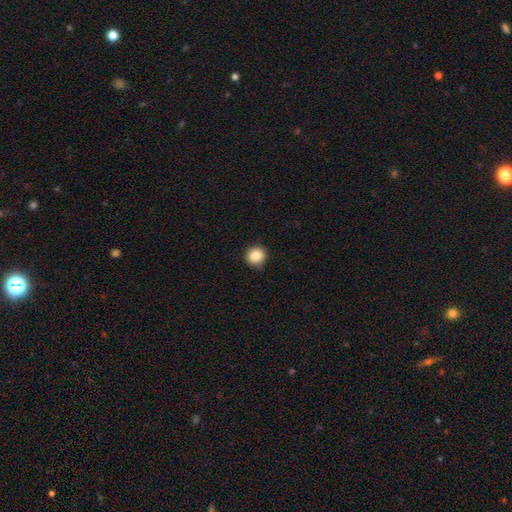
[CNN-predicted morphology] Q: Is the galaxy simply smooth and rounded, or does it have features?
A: smooth — 86%.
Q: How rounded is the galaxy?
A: round — 91%.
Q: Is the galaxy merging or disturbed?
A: none — 85%.